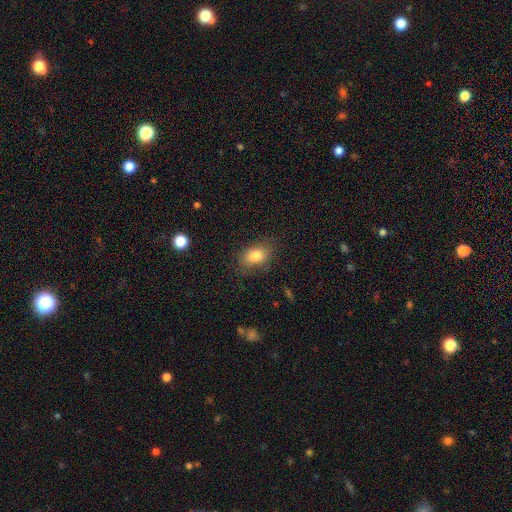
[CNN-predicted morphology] This appears to be a smooth galaxy with no disk features (81%) that is in between round and cigar-shaped (81%). Merging: none (77%).